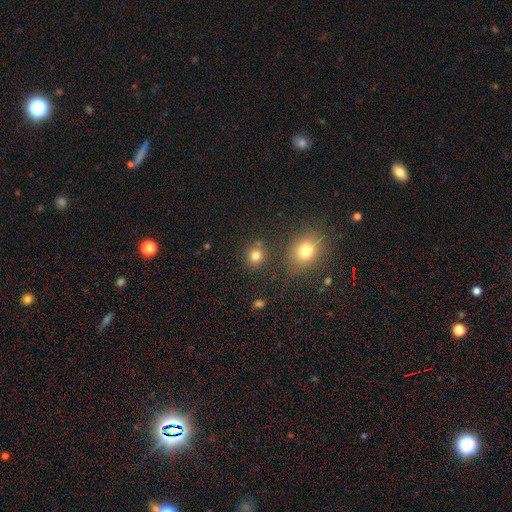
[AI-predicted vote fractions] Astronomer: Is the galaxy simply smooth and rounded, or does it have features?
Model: smooth — 80%.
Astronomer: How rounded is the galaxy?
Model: round — 78%.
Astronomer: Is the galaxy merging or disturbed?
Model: none — 79%.